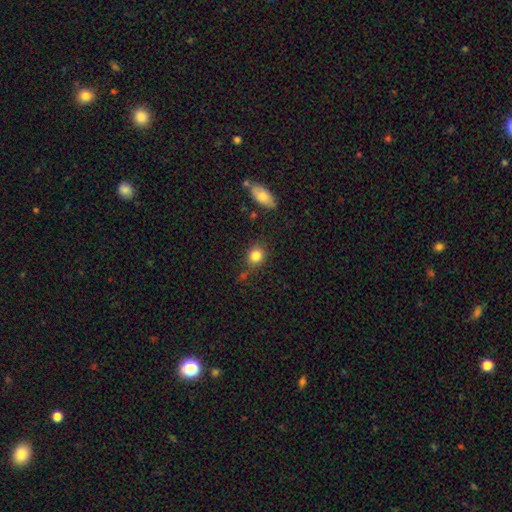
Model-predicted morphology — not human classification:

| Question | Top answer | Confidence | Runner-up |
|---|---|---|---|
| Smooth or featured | smooth | 84% | star or artifact (10%) |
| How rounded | round | 73% | in between (26%) |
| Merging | none | 77% | minor disturbance (13%) |